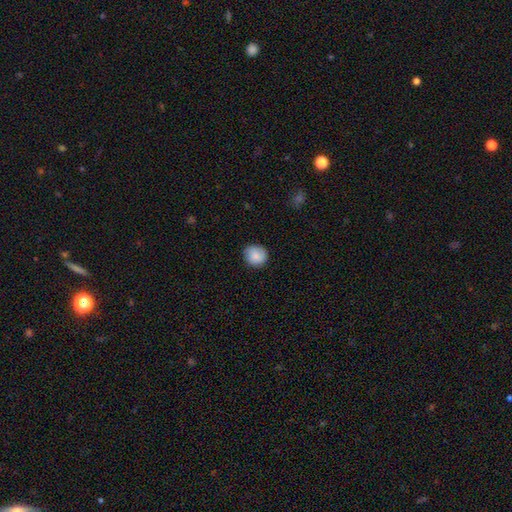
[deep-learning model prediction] A smooth galaxy with no disk features (84%) that is round (87%).

Vote fractions:
- Smooth or featured? smooth: 84% / featured or disk: 9% / star or artifact: 7%
- How rounded? round: 87% / in between: 12% / cigar-shaped: 1%
- Merging? none: 84% / minor disturbance: 12% / major disturbance: 2% / merger: 1%